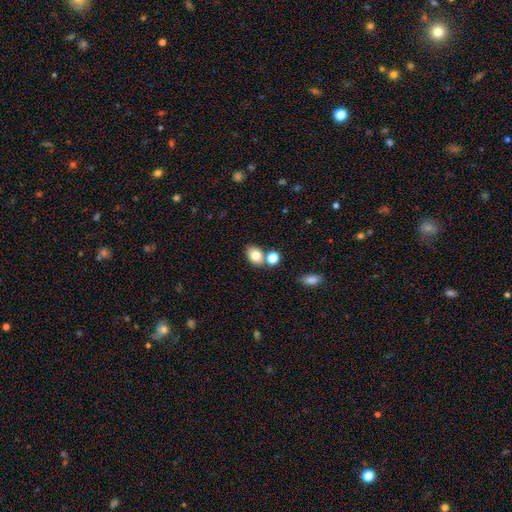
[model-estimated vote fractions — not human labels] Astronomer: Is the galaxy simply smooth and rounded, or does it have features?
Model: smooth — 80%.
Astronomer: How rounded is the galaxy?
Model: in between — 69%.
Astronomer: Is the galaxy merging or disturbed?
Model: none — 62%.